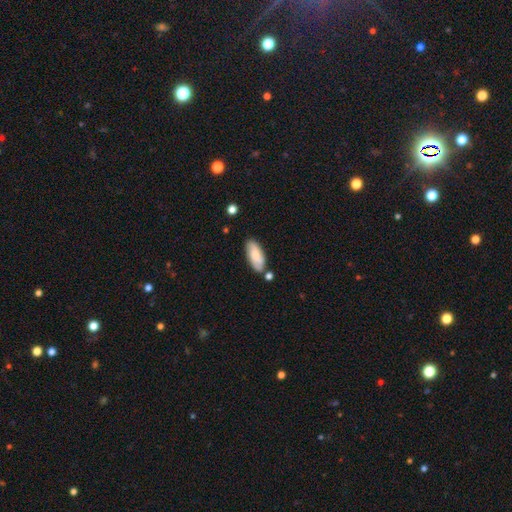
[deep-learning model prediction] Overall: smooth (74%). How rounded: in between (80%). Merging: none (69%).